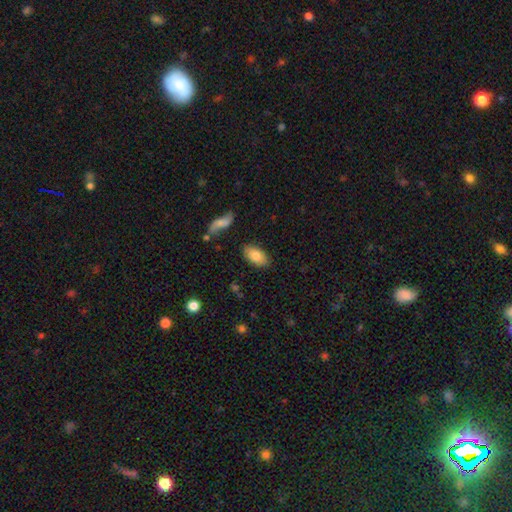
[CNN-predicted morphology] Overall: smooth (82%). How rounded: in between (94%). Merging: none (84%).